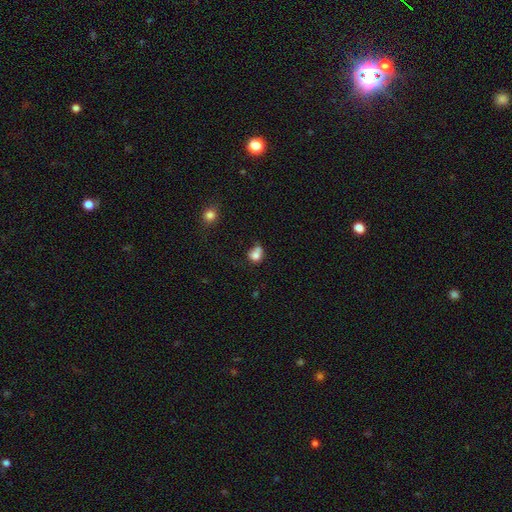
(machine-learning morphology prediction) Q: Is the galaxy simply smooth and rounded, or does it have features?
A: smooth — 77%.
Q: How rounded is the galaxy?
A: round — 62%.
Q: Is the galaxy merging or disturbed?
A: none — 36%.